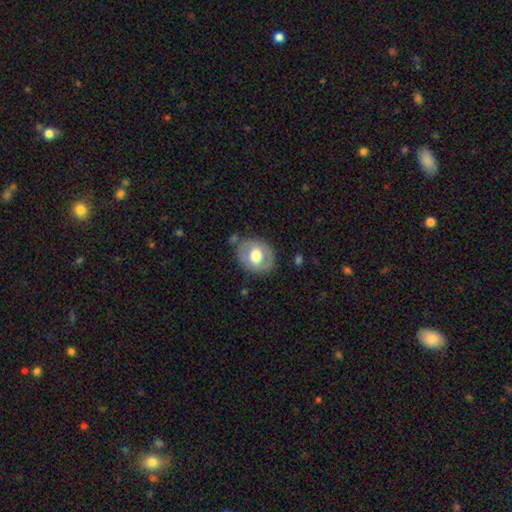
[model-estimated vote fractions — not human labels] Morphology: type=smooth (56%); roundness=round (51%); merging=none (76%).